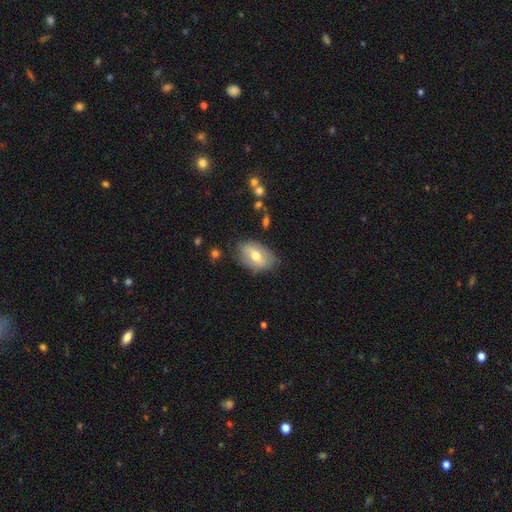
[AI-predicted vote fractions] smooth 55%, featured or disk 38%, star or artifact 7%. Down the decision tree: how rounded — in between (87%); merging — none (72%).